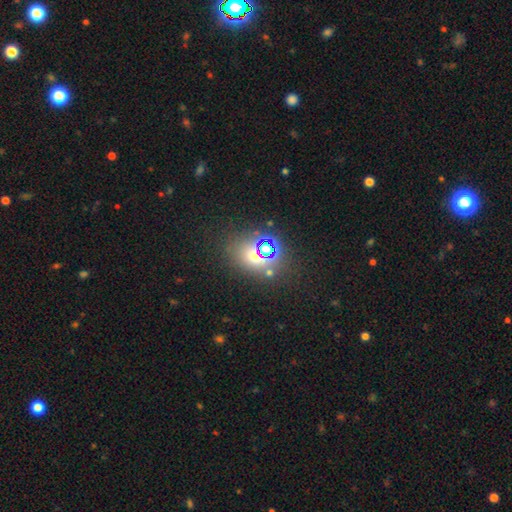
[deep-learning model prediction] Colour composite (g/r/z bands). It shows a star or artifact, not a galaxy (46%).